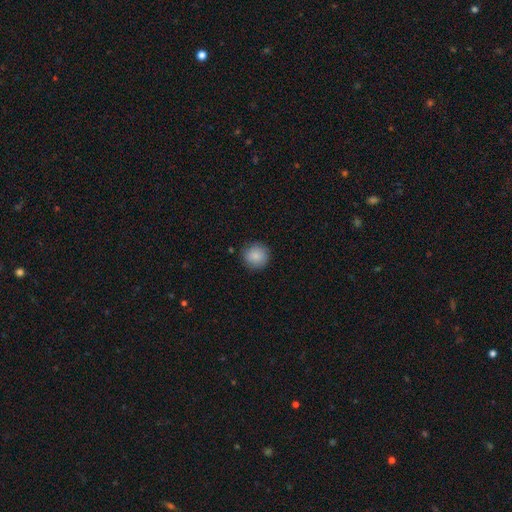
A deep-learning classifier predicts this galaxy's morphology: smooth_or_featured: smooth (p=0.87) [alt: star or artifact p=0.08]
how_rounded: round (p=0.93) [alt: in between p=0.06]
merging: none (p=0.88) [alt: minor disturbance p=0.09]